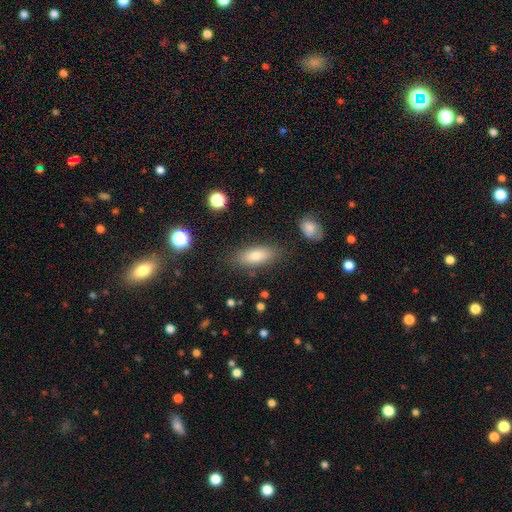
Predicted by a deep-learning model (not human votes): Smooth or featured?
  - smooth: 76% *
  - featured or disk: 15%
  - star or artifact: 9%
How rounded?
  - in between: 70% *
  - cigar-shaped: 26%
  - round: 3%
Merging?
  - none: 84% *
  - minor disturbance: 11%
  - major disturbance: 3%
  - merger: 3%